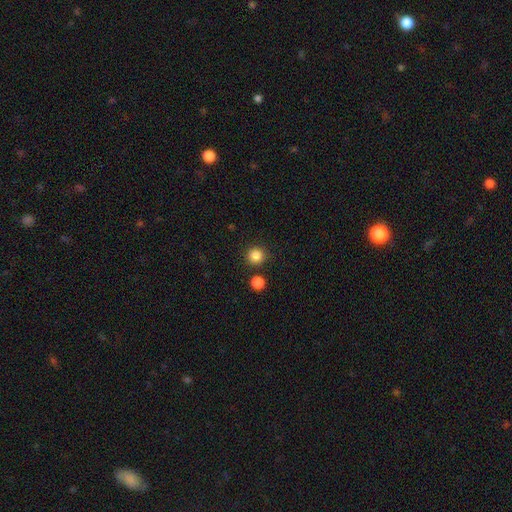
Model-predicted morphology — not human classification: Smooth or featured?
  - smooth: 86% *
  - star or artifact: 11%
  - featured or disk: 3%
How rounded?
  - round: 94% *
  - in between: 5%
  - cigar-shaped: 1%
Merging?
  - none: 87% *
  - minor disturbance: 6%
  - merger: 5%
  - major disturbance: 2%